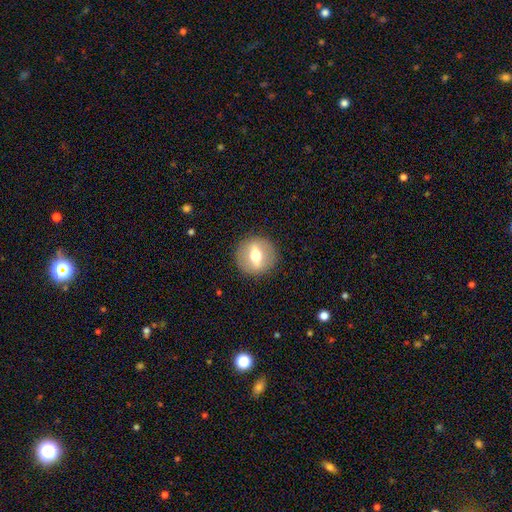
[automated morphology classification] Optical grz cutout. It shows a featured or disk galaxy (56%). Merging: none (90%).